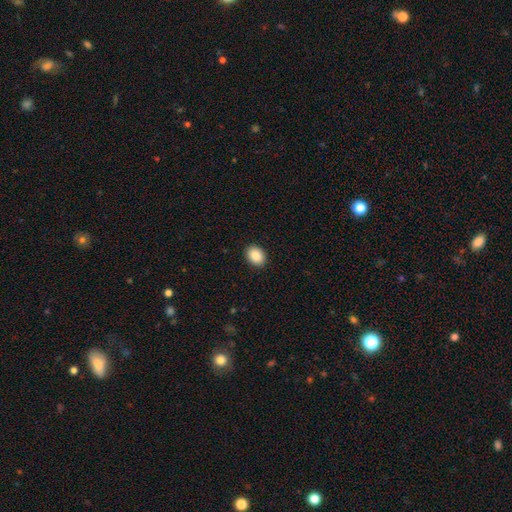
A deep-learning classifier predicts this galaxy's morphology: A smooth galaxy with no disk features (88%) that is in between round and cigar-shaped (66%). Merging: none (91%).